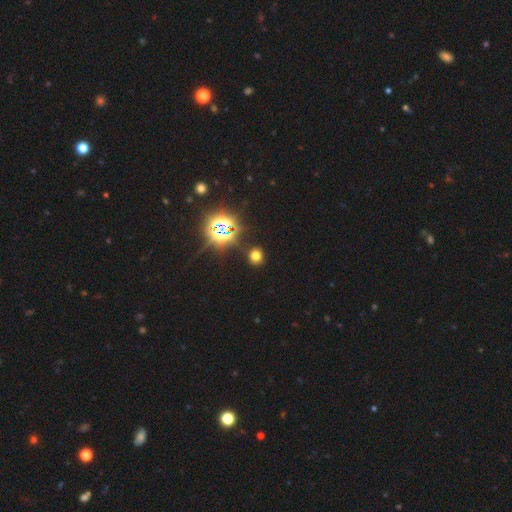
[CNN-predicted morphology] Q: Smooth or featured?
A: smooth (62%); runner-up: star or artifact (31%)
Q: How rounded?
A: round (82%); runner-up: in between (17%)
Q: Merging?
A: none (88%); runner-up: minor disturbance (7%)